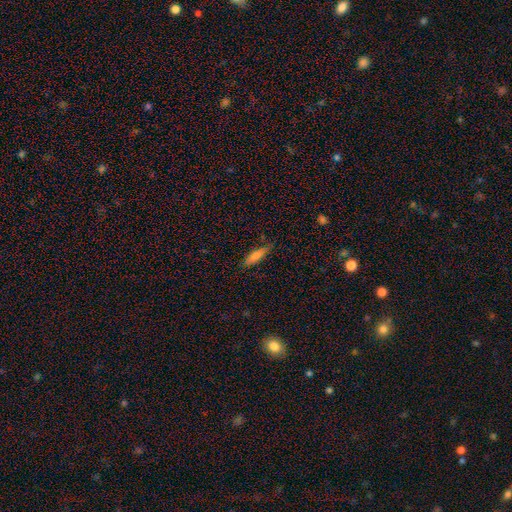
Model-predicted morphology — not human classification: Smooth or featured? Predicted: smooth (p=0.72). How rounded? Predicted: cigar-shaped (p=0.60). Merging? Predicted: none (p=0.78).